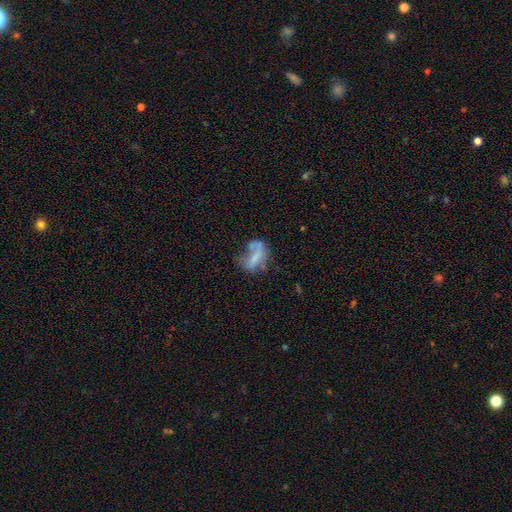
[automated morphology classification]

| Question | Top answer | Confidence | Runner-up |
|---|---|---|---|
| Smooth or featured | smooth | 47% | featured or disk (41%) |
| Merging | major disturbance | 40% | none (26%) |